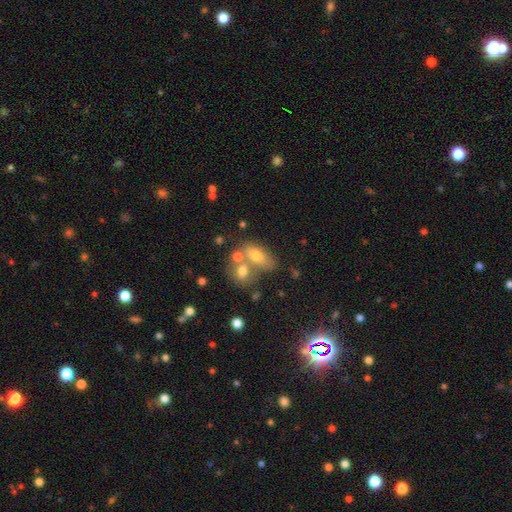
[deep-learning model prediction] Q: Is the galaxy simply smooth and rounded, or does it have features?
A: smooth — 66%.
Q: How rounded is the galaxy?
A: in between — 81%.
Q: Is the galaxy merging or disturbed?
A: merger — 44%.